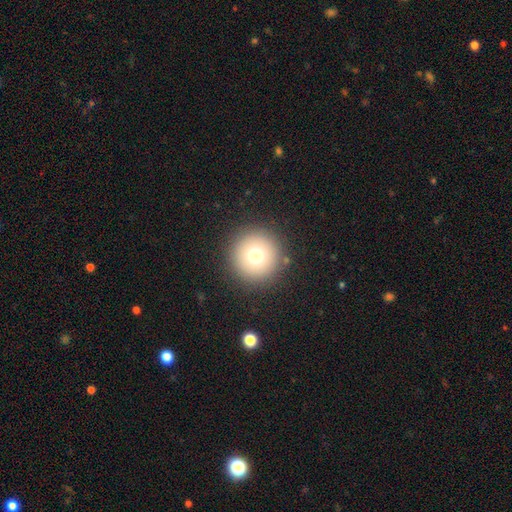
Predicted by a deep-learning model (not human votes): Overall: smooth (72%). How rounded: round (96%). Merging: none (90%).